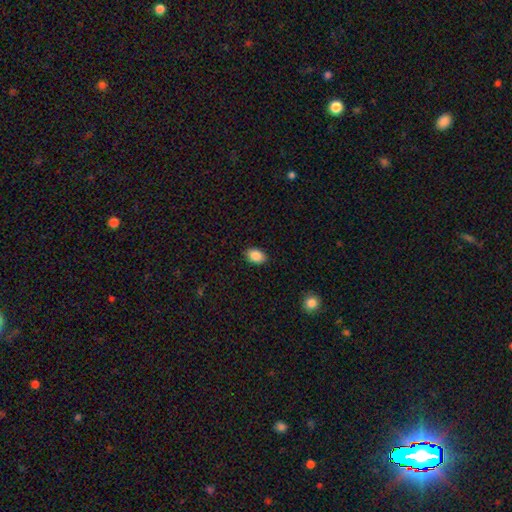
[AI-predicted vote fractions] A smooth galaxy with no disk features (87%) that is in between round and cigar-shaped (85%). Merging: none (88%).